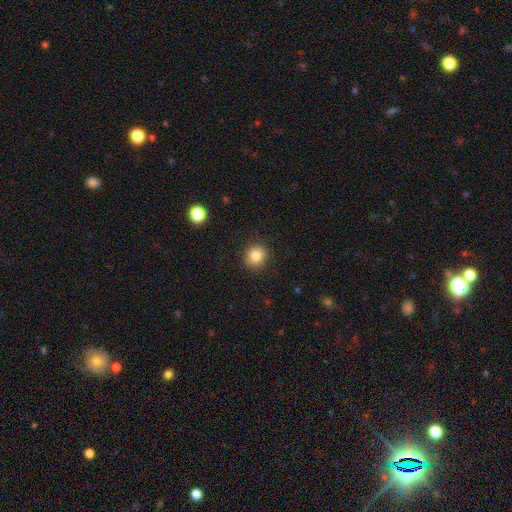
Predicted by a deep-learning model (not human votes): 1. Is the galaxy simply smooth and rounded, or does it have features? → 82% smooth, 10% star or artifact, 7% featured or disk.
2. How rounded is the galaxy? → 87% round, 12% in between, 1% cigar-shaped.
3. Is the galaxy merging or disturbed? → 89% none, 8% minor disturbance, 2% major disturbance, 1% merger.